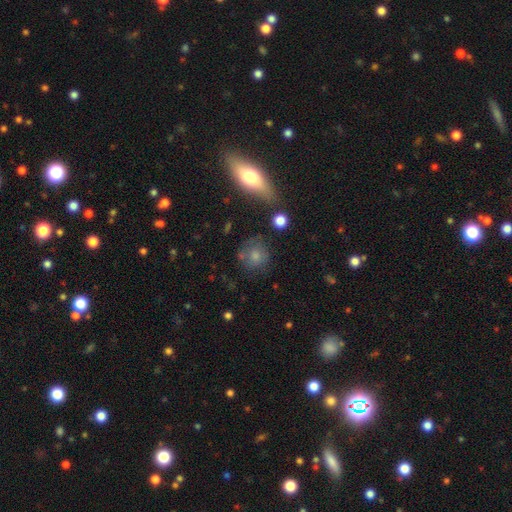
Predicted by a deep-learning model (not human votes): Morphology: type=smooth (73%); roundness=round (82%); merging=none (63%).